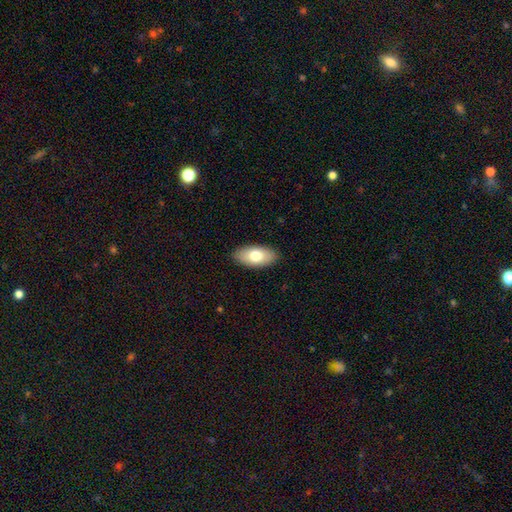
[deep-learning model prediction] A smooth galaxy with no disk features (76%) that is in between round and cigar-shaped (93%). Merging: none (88%).